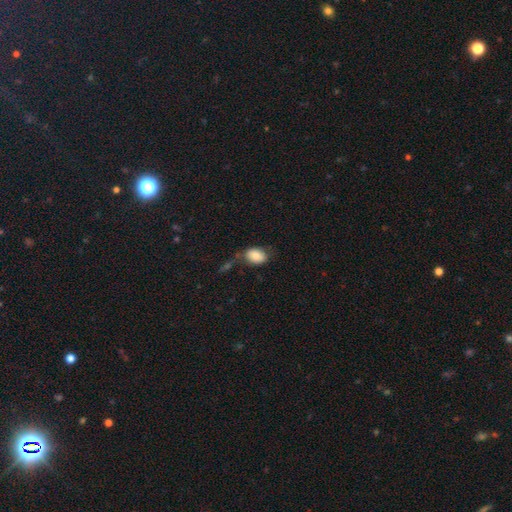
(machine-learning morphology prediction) Smooth or featured? Predicted: smooth (p=0.84). How rounded? Predicted: in between (p=0.78). Merging? Predicted: none (p=0.58).